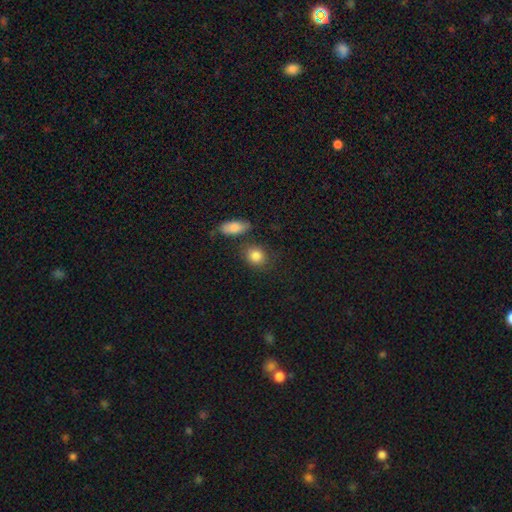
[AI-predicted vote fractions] Overall: smooth (85%). How rounded: round (63%; in between 35%). Merging: none (71%).